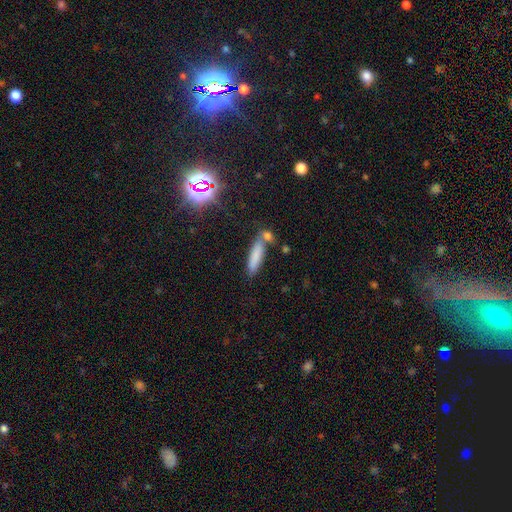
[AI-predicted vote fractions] Smooth or featured? Predicted: smooth (p=0.79). How rounded? Predicted: cigar-shaped (p=0.74). Merging? Predicted: none (p=0.67).